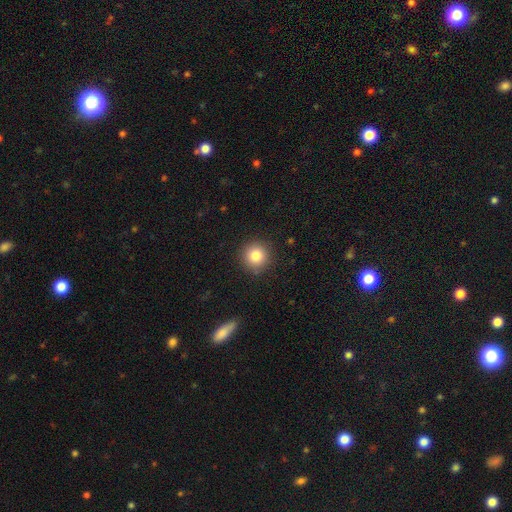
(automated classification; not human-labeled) This is clearly a smooth galaxy (82%). How rounded: clearly round (94%). Merging: clearly none (90%).